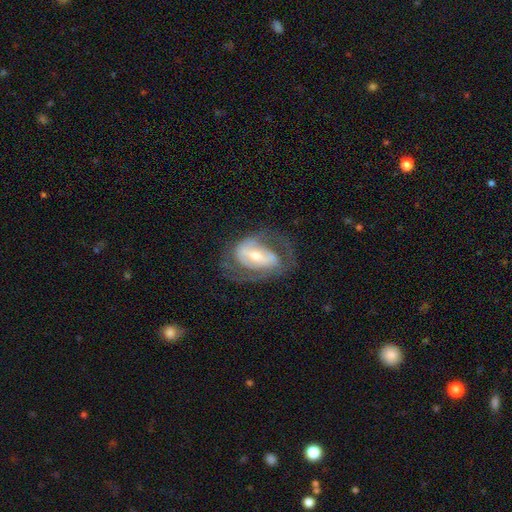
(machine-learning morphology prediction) Q: Smooth or featured?
A: featured or disk (81%); runner-up: smooth (14%)
Q: Edge-on disk?
A: no (96%); runner-up: yes (4%)
Q: Bar?
A: strong (46%); runner-up: weak (36%)
Q: Spiral arms?
A: yes (87%); runner-up: no (13%)
Q: Spiral winding?
A: medium (49%); runner-up: tight (33%)
Q: Spiral arm count?
A: 2 (80%); runner-up: can't tell (10%)
Q: Bulge size?
A: moderate (50%); runner-up: small (37%)
Q: Merging?
A: none (61%); runner-up: major disturbance (20%)